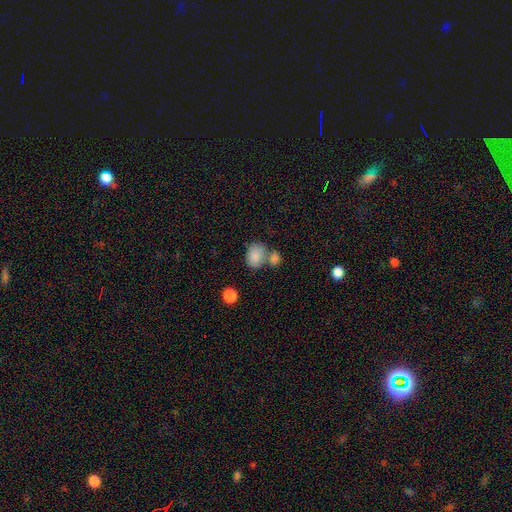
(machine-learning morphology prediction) Smooth or featured? Predicted: smooth (p=0.85). How rounded? Predicted: in between (p=0.58). Merging? Predicted: none (p=0.42).